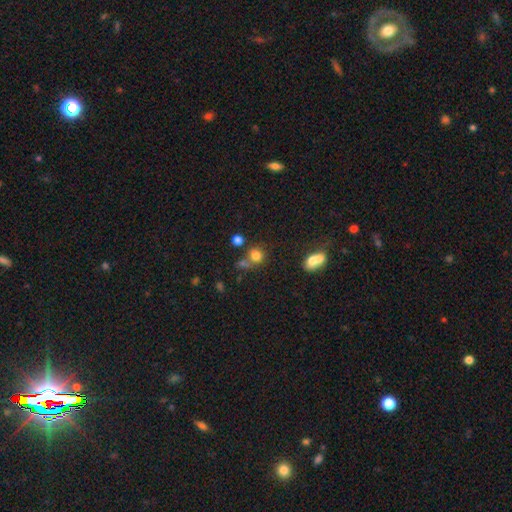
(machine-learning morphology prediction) Smooth or featured? smooth (78%)
How rounded? round (77%)
Merging? none (53%)